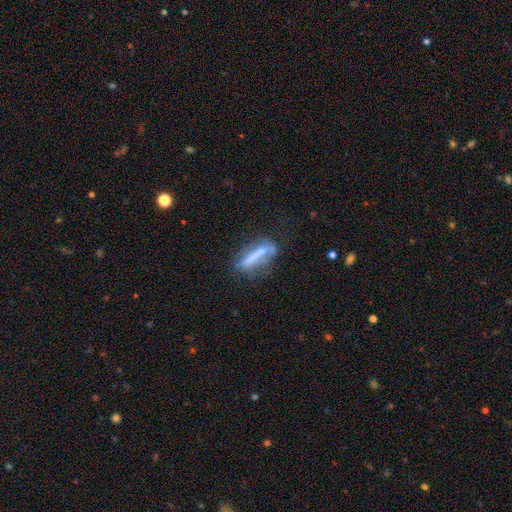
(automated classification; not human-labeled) Smooth or featured: smooth — 46% (featured or disk — 44%)
Merging: none — 53% (minor disturbance — 24%)